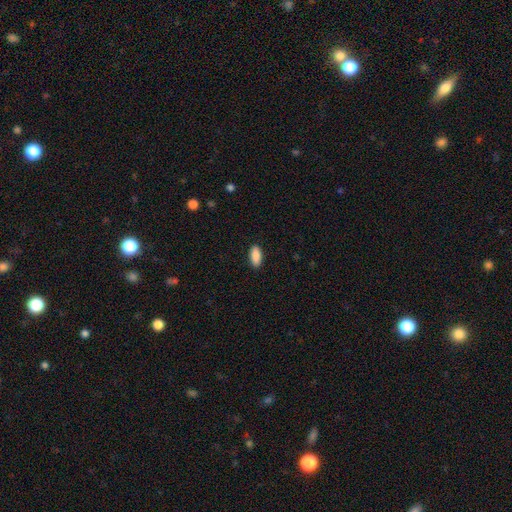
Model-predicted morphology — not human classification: Smooth or featured?
  - smooth: 90% *
  - star or artifact: 6%
  - featured or disk: 4%
How rounded?
  - in between: 87% *
  - cigar-shaped: 11%
  - round: 2%
Merging?
  - none: 89% *
  - minor disturbance: 8%
  - major disturbance: 2%
  - merger: 1%